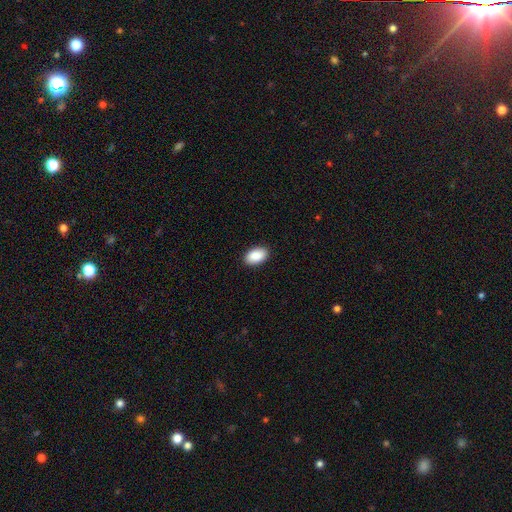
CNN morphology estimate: Overall: smooth (90%). How rounded: in between (94%). Merging: none (90%).